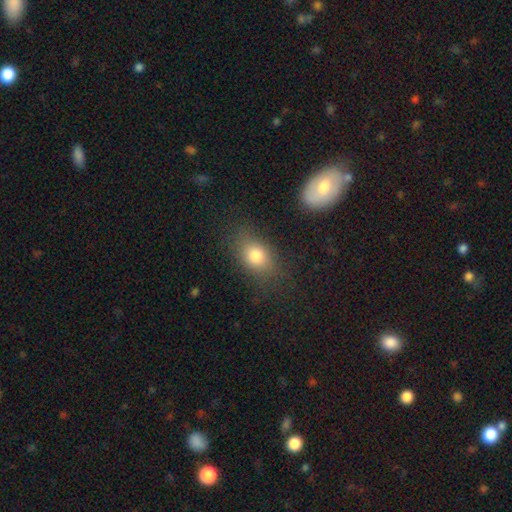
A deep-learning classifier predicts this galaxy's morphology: smooth 78%, featured or disk 11%, star or artifact 11%. Down the decision tree: how rounded — in between (72%); merging — none (75%).